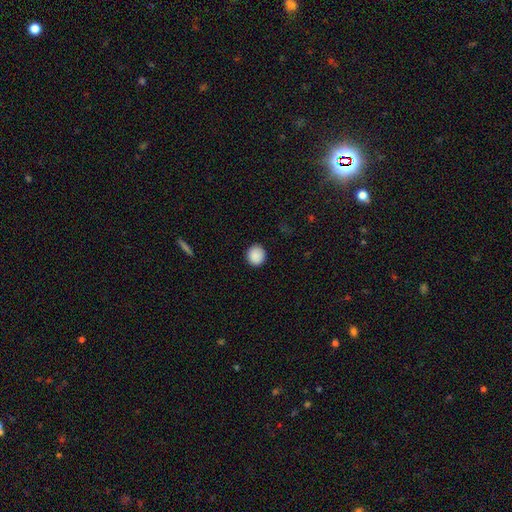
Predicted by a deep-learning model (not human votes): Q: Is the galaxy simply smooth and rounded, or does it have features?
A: smooth — 89%.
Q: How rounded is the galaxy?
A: round — 87%.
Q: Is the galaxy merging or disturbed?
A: none — 90%.